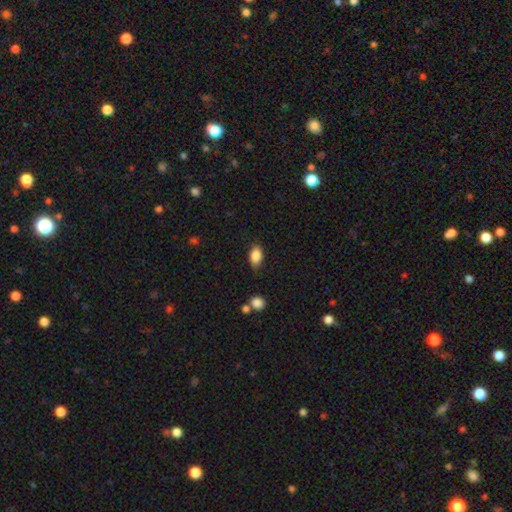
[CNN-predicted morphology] Smooth or featured?
  - smooth: 86% *
  - star or artifact: 8%
  - featured or disk: 6%
How rounded?
  - in between: 88% *
  - round: 10%
  - cigar-shaped: 3%
Merging?
  - none: 77% *
  - minor disturbance: 17%
  - major disturbance: 3%
  - merger: 2%